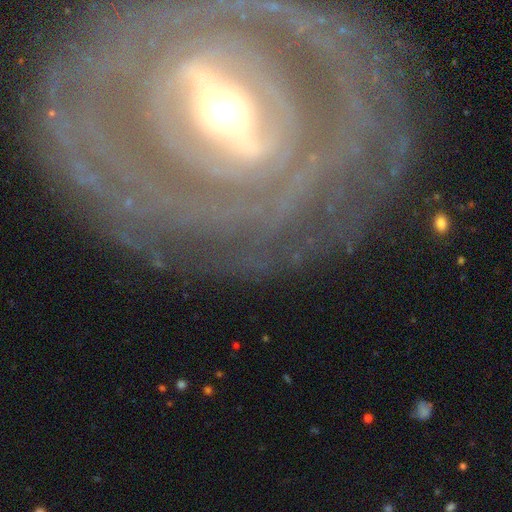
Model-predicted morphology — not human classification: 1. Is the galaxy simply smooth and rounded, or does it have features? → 87% featured or disk, 7% star or artifact, 6% smooth.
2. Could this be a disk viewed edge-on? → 88% no, 12% yes.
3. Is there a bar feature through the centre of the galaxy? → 69% strong, 20% weak, 11% no.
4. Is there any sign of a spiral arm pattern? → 78% yes, 22% no.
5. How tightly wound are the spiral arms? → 79% tight, 15% medium, 6% loose.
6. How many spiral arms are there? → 43% can't tell, 17% 2, 14% more than 4, 10% 3, 9% 4, 7% 1.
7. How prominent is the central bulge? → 59% moderate, 25% small, 12% large, 2% dominant, 1% none.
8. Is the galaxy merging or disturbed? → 79% none, 11% minor disturbance, 8% major disturbance, 2% merger.